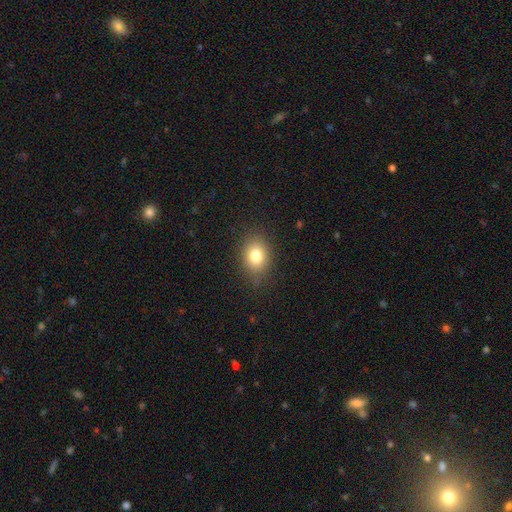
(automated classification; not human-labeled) Smooth or featured? Predicted: smooth (p=0.81). How rounded? Predicted: in between (p=0.62). Merging? Predicted: none (p=0.84).